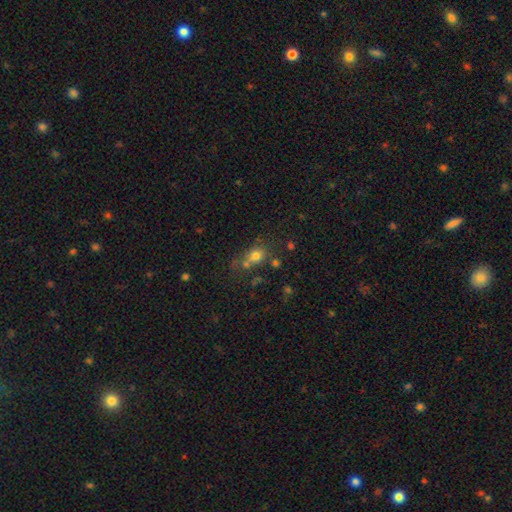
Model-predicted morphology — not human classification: smooth_or_featured: smooth (p=0.71) [alt: star or artifact p=0.17]
how_rounded: round (p=0.61) [alt: in between p=0.37]
merging: none (p=0.47) [alt: merger p=0.28]